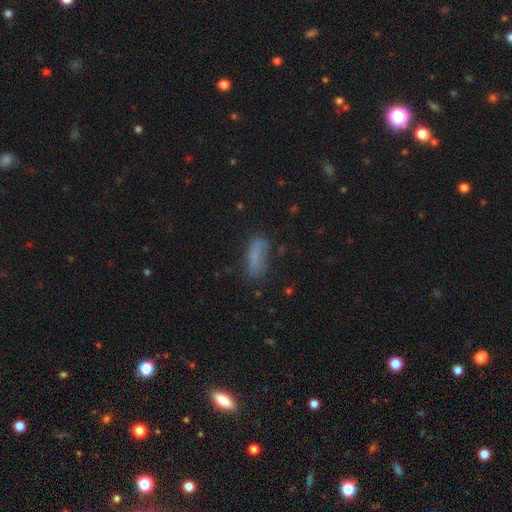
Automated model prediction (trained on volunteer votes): This appears to be a smooth galaxy with no disk features (78%) that is in between round and cigar-shaped (52%). Merging: none (62%).